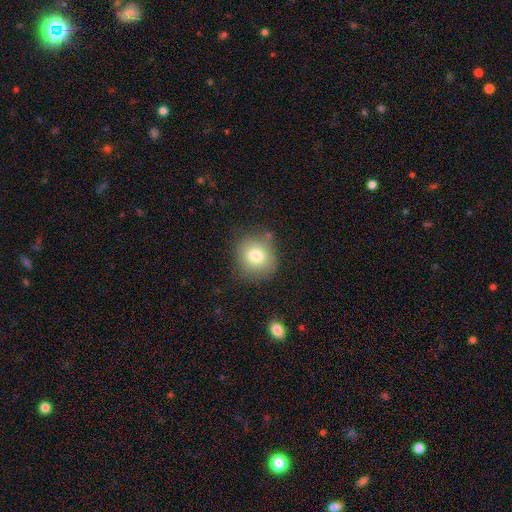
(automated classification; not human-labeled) smooth 79%, featured or disk 11%, star or artifact 11%. Down the decision tree: how rounded — round (83%); merging — none (78%).